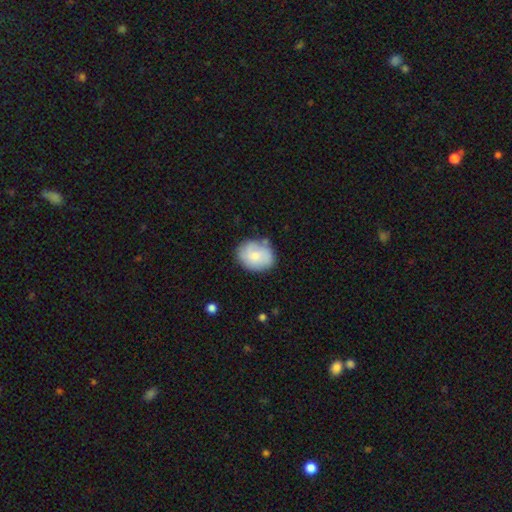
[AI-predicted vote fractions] This is likely a smooth galaxy (71%). How rounded: possibly in between (53%). Merging: likely none (69%).